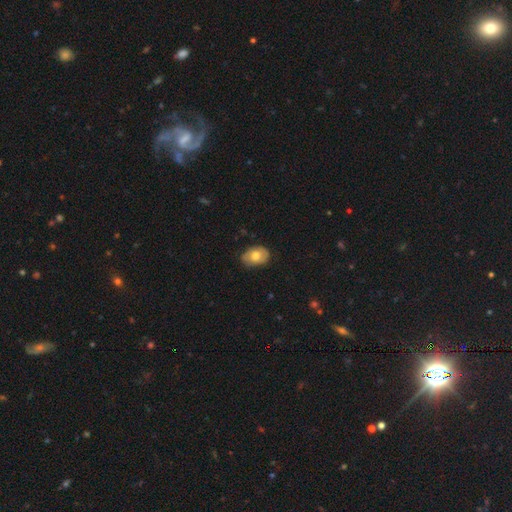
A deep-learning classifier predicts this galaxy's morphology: Smooth or featured: smooth — 66% (featured or disk — 26%)
How rounded: in between — 79% (round — 20%)
Merging: none — 77% (minor disturbance — 19%)